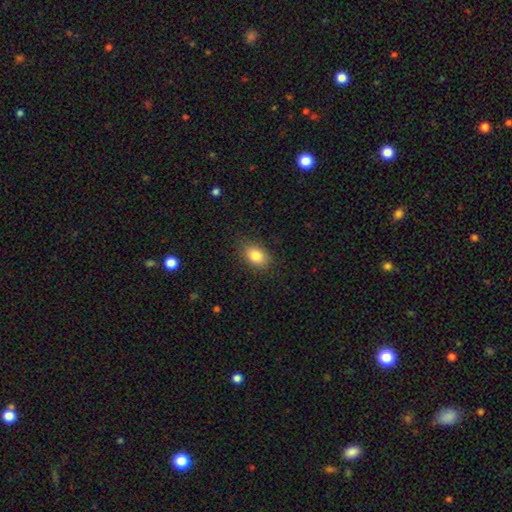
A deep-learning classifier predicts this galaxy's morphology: Smooth or featured? smooth (83%)
How rounded? in between (80%)
Merging? none (83%)